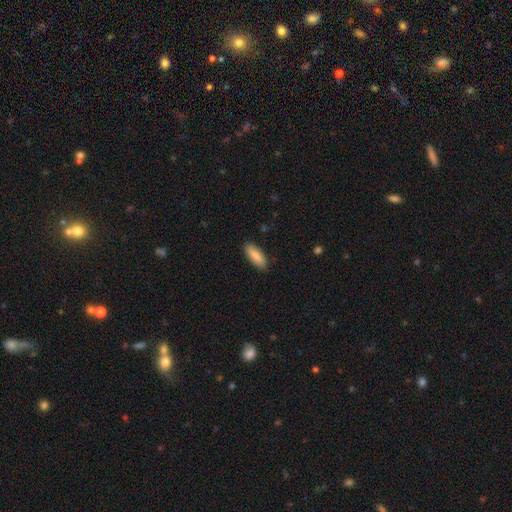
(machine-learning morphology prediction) A smooth galaxy with no disk features (86%) that is in between round and cigar-shaped (69%). Merging: none (85%).